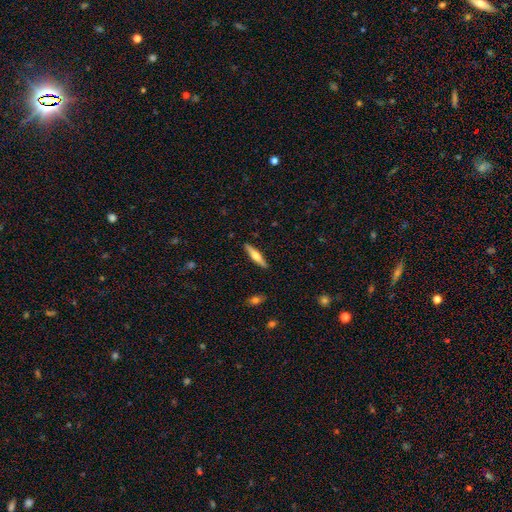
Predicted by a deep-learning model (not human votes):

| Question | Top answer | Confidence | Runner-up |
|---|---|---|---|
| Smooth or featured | featured or disk | 50% | smooth (44%) |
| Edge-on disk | yes | 95% | no (5%) |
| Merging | none | 90% | minor disturbance (7%) |